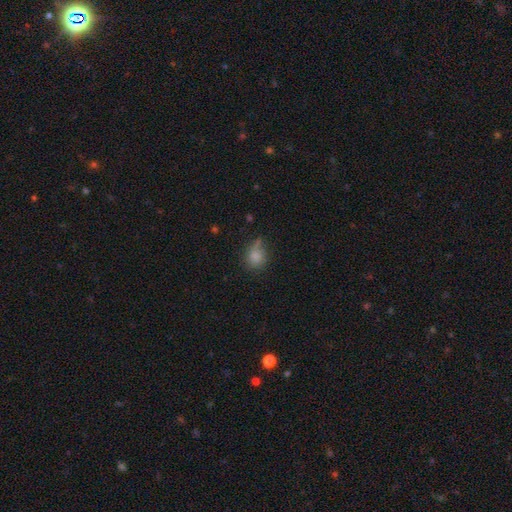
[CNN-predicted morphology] A smooth galaxy with no disk features (82%) that is round (68%).

Vote fractions:
- Smooth or featured? smooth: 82% / star or artifact: 11% / featured or disk: 7%
- How rounded? round: 68% / in between: 30% / cigar-shaped: 1%
- Merging? none: 56% / minor disturbance: 29% / major disturbance: 9% / merger: 6%